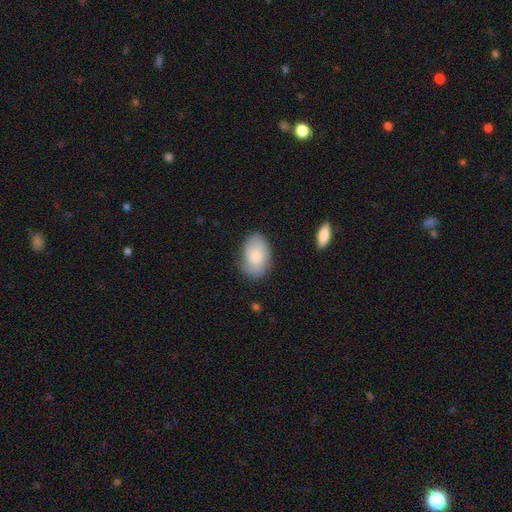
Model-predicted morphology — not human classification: smooth-or-featured: smooth: 76% | featured or disk: 18% | star or artifact: 6%
  how-rounded: in between: 88% | round: 11% | cigar-shaped: 1%
  merging: none: 75% | minor disturbance: 19% | major disturbance: 4% | merger: 2%